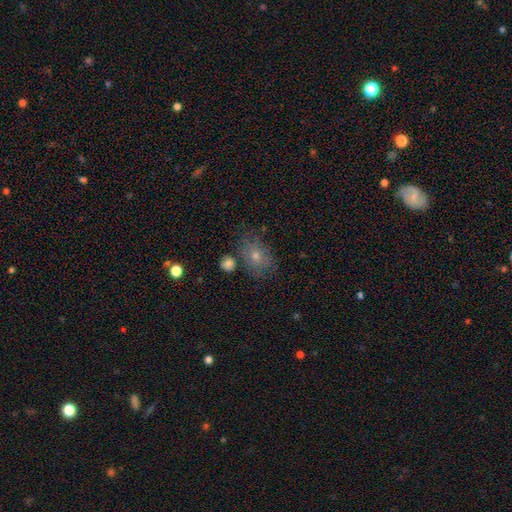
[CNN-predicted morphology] Smooth or featured? smooth (55%)
How rounded? in between (58%)
Merging? none (70%)